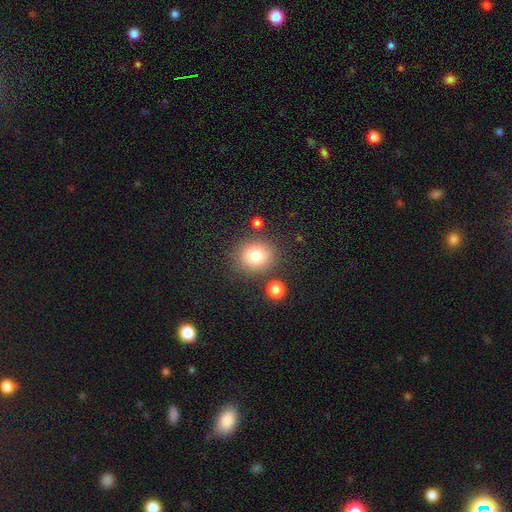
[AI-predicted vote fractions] This appears to be a smooth galaxy with no disk features (80%) that is round (80%). Merging: none (80%).